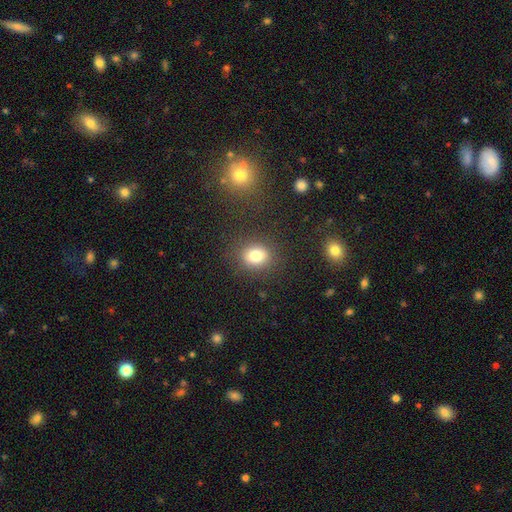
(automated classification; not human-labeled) smooth-or-featured: smooth: 80% | star or artifact: 12% | featured or disk: 8%
  how-rounded: round: 62% | in between: 37% | cigar-shaped: 1%
  merging: none: 85% | minor disturbance: 9% | major disturbance: 4% | merger: 2%